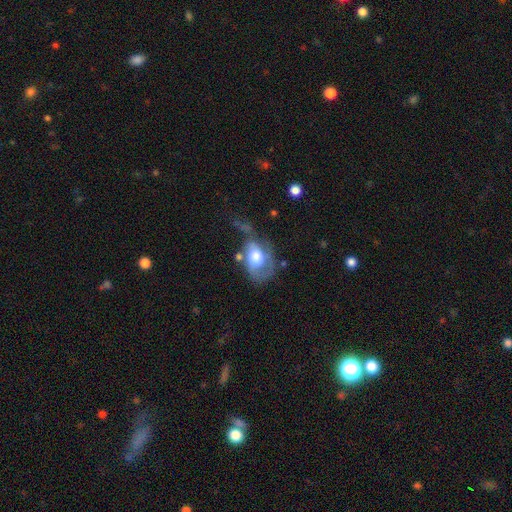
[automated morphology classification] type=featured or disk (51%); edge-on=no (95%); merging=major disturbance (38%).